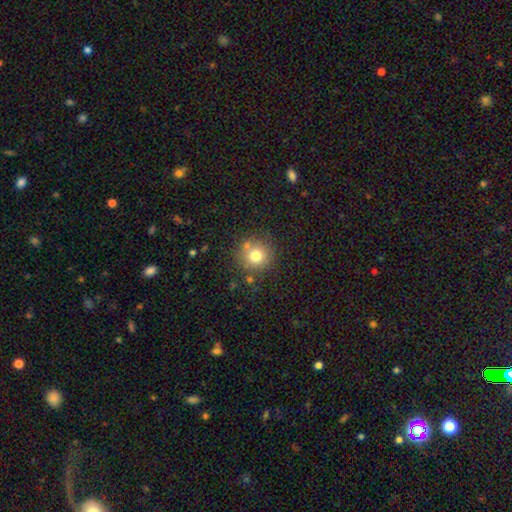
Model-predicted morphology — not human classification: type=smooth (75%); roundness=round (93%); merging=none (76%).